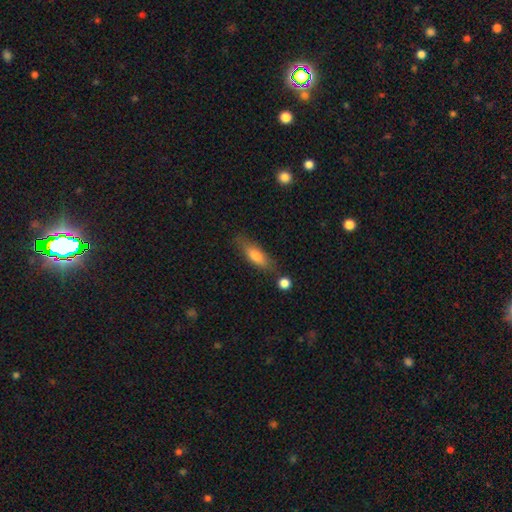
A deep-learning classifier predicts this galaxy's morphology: Overall: smooth (74%). How rounded: in between (54%; cigar-shaped 43%). Merging: none (69%).